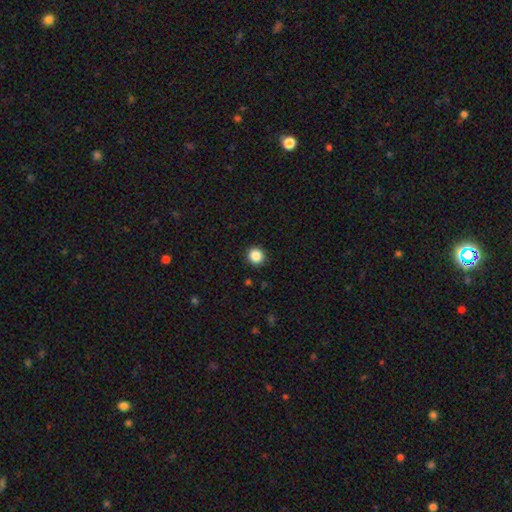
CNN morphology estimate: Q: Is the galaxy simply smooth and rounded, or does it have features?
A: smooth — 87%.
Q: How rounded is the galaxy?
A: round — 93%.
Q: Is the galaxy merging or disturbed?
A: none — 92%.